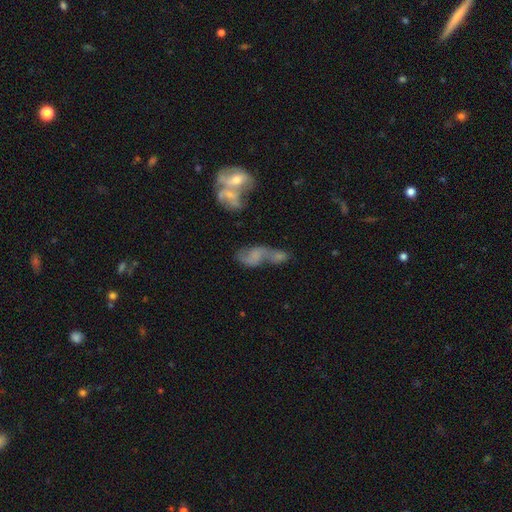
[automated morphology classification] Overall: featured or disk (53%; smooth 33%). Edge-on disk: no (94%). Merging: merger (52%; none 21%).